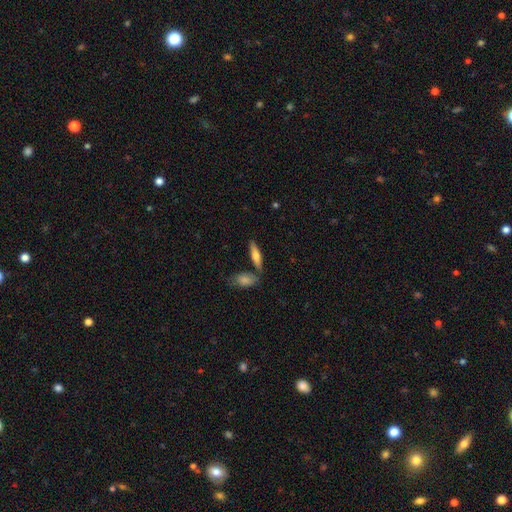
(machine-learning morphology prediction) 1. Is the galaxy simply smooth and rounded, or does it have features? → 59% smooth, 35% featured or disk, 6% star or artifact.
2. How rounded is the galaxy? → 63% cigar-shaped, 35% in between, 3% round.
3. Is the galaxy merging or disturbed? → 74% none, 12% merger, 11% minor disturbance, 3% major disturbance.